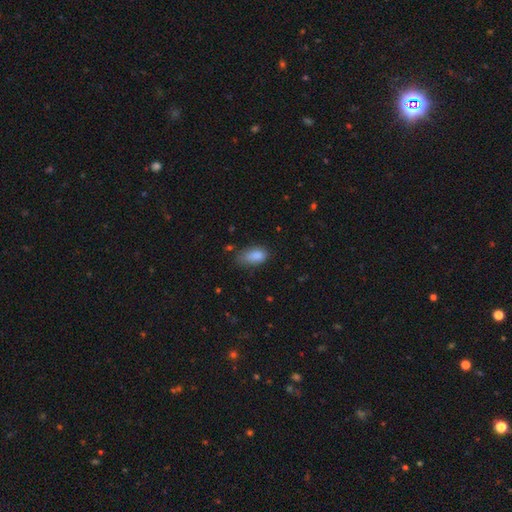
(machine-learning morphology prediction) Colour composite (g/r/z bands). It shows a smooth galaxy with no disk features (86%) that is in between round and cigar-shaped (91%). Merging: none (53%).